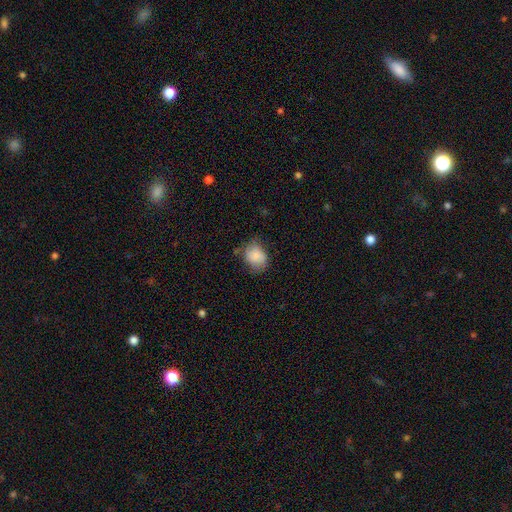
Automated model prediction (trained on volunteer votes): smooth-or-featured: smooth: 81% | featured or disk: 11% | star or artifact: 8%
  how-rounded: round: 51% | in between: 48% | cigar-shaped: 1%
  merging: none: 60% | minor disturbance: 30% | major disturbance: 9% | merger: 2%